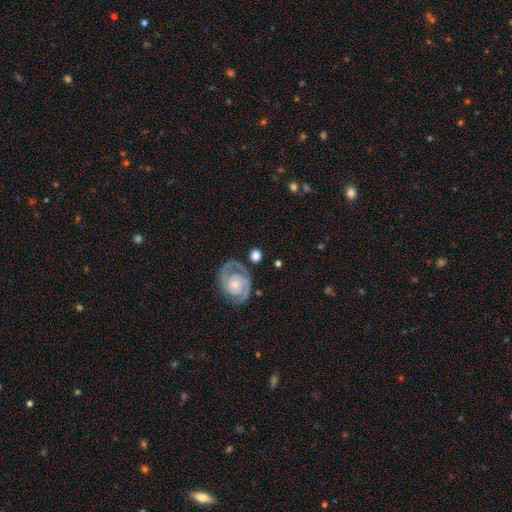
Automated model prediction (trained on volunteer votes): smooth_or_featured: featured or disk (p=0.58) [alt: smooth p=0.34]
disk_edge_on: no (p=0.95) [alt: yes p=0.05]
bar: no (p=0.66) [alt: weak p=0.25]
has_spiral_arms: yes (p=0.90) [alt: no p=0.10]
bulge_size: small (p=0.55) [alt: moderate p=0.27]
merging: none (p=0.74) [alt: minor disturbance p=0.14]